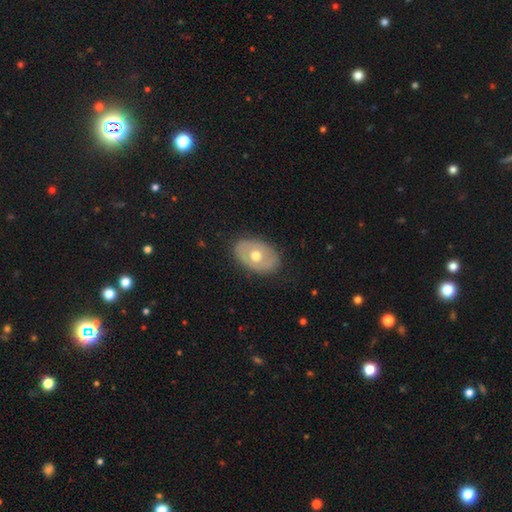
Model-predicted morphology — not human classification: The model was most divided on "smooth or featured": smooth: 51%, featured or disk: 44%, star or artifact: 6%. More confident: merging — none (83%); how rounded — in between (81%).